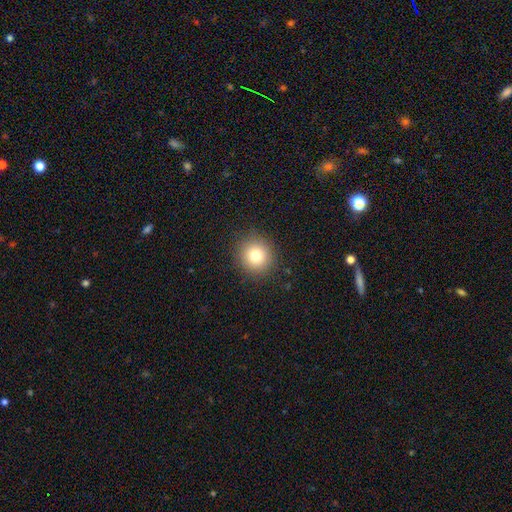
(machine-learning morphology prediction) This appears to be a smooth galaxy with no disk features (78%) that is round (92%). Merging: none (89%).